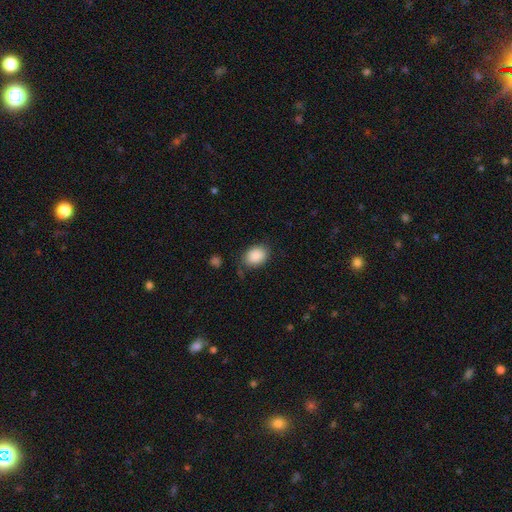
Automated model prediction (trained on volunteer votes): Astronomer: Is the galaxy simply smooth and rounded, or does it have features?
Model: smooth — 89%.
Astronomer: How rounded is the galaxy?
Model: in between — 72%.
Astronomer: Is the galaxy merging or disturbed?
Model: none — 76%.